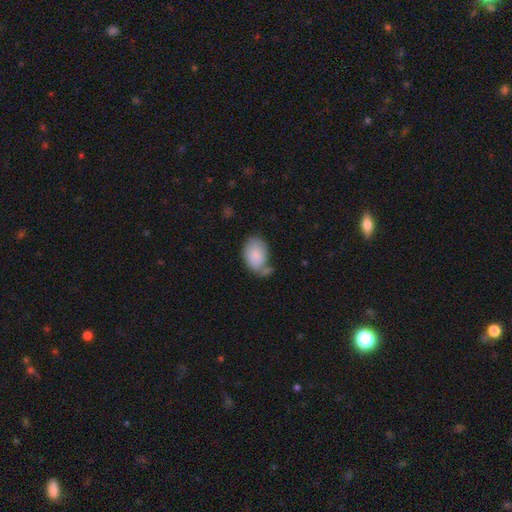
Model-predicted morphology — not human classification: Smooth or featured?
  - smooth: 83% *
  - featured or disk: 10%
  - star or artifact: 6%
How rounded?
  - in between: 83% *
  - round: 16%
  - cigar-shaped: 1%
Merging?
  - none: 46% *
  - minor disturbance: 26%
  - merger: 17%
  - major disturbance: 11%